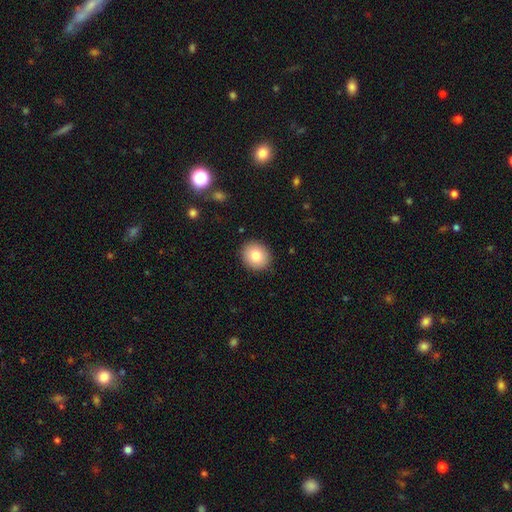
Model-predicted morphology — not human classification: smooth 80%, featured or disk 11%, star or artifact 9%. Down the decision tree: how rounded — round (83%); merging — none (90%).